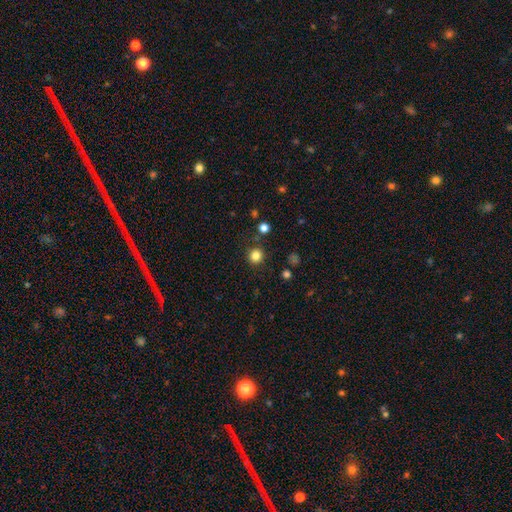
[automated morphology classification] Q: Smooth or featured?
A: smooth (83%); runner-up: star or artifact (13%)
Q: How rounded?
A: round (92%); runner-up: in between (7%)
Q: Merging?
A: none (87%); runner-up: minor disturbance (8%)